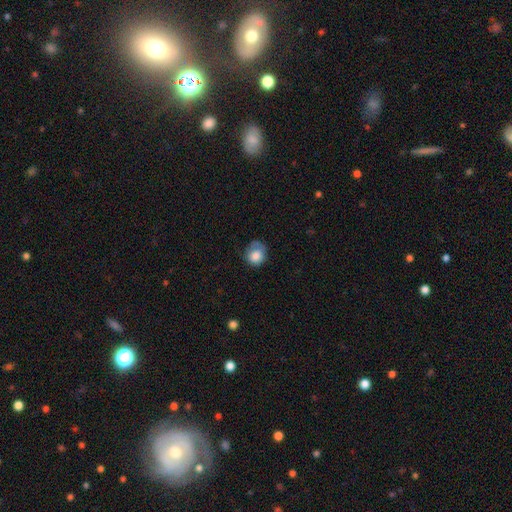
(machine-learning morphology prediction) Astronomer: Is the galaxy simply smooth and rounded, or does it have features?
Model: smooth — 79%.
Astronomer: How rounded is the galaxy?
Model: round — 75%.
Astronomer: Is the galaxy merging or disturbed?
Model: none — 49% (runner-up: minor disturbance, 32%).